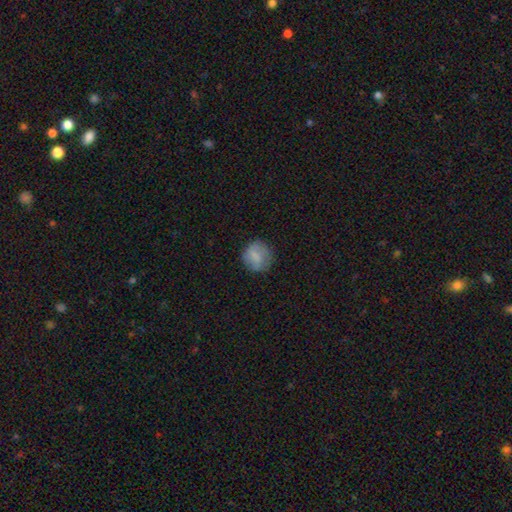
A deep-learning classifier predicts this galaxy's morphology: Smooth or featured?
  - smooth: 76% *
  - featured or disk: 16%
  - star or artifact: 8%
How rounded?
  - round: 87% *
  - in between: 12%
  - cigar-shaped: 1%
Merging?
  - none: 76% *
  - minor disturbance: 17%
  - major disturbance: 6%
  - merger: 1%